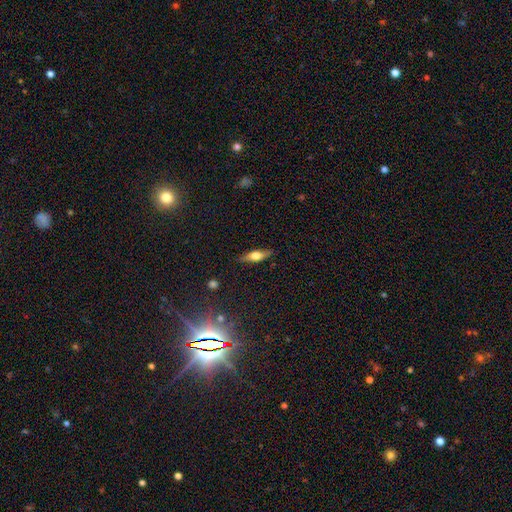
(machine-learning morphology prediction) type=featured or disk (47%); merging=none (86%).